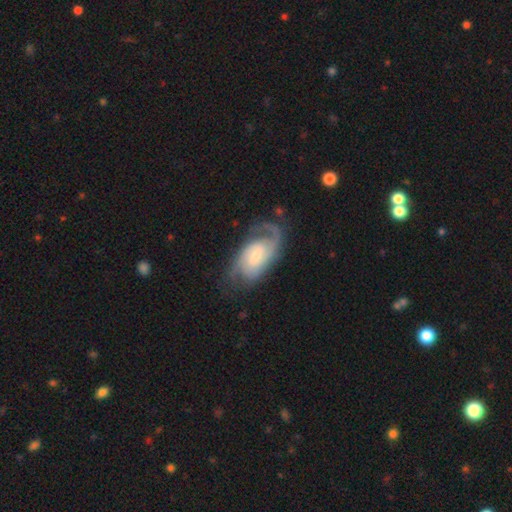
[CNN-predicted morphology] type=featured or disk (83%); edge-on=no (96%); bar=no (48%); spiral arms=yes (96%); winding=medium (44%); arm count=2 (57%); bulge=small (56%); merging=none (63%).